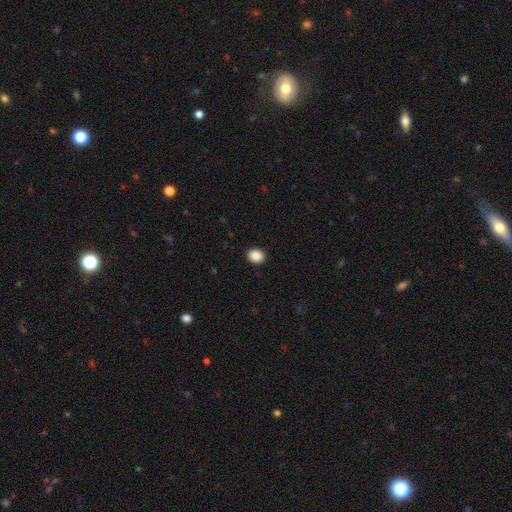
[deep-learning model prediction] smooth 89%, star or artifact 8%, featured or disk 2%. Down the decision tree: how rounded — round (62%); merging — none (92%).